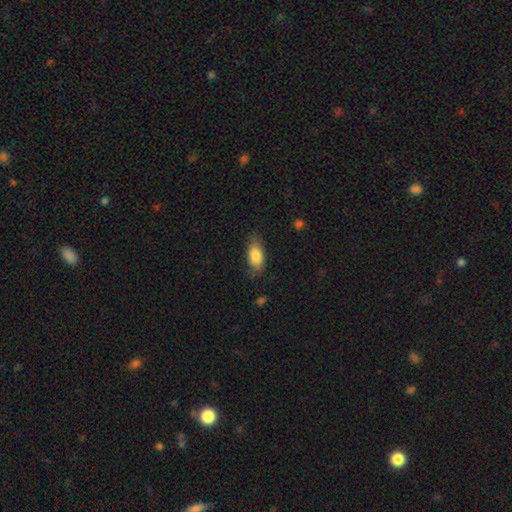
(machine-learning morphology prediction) A smooth galaxy with no disk features (83%) that is in between round and cigar-shaped (88%). Merging: none (74%).